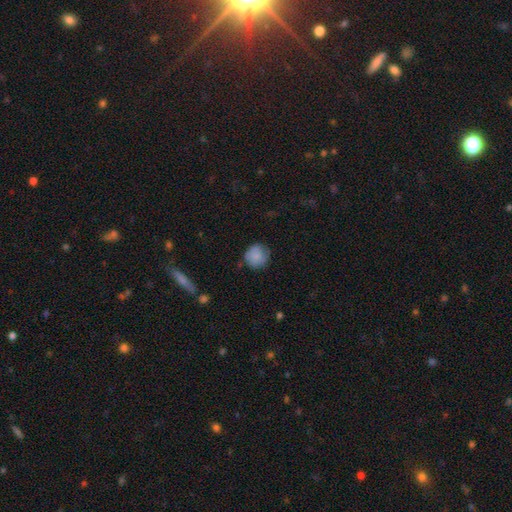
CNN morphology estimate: Smooth or featured? smooth (84%)
How rounded? round (90%)
Merging? none (77%)